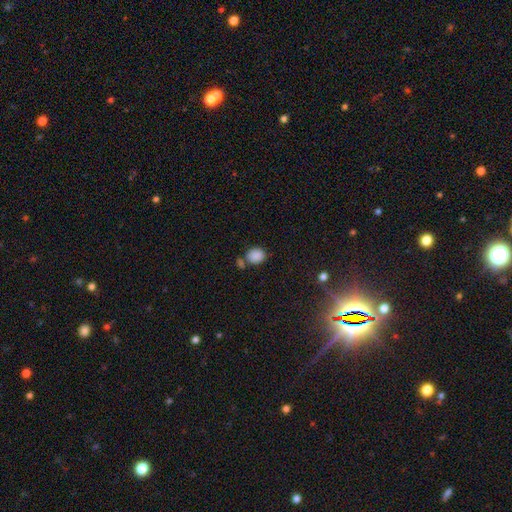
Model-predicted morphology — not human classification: A smooth galaxy with no disk features (87%) that is round (63%).

Vote fractions:
- Smooth or featured? smooth: 87% / star or artifact: 10% / featured or disk: 4%
- How rounded? round: 63% / in between: 36% / cigar-shaped: 1%
- Merging? none: 64% / merger: 18% / minor disturbance: 14% / major disturbance: 5%